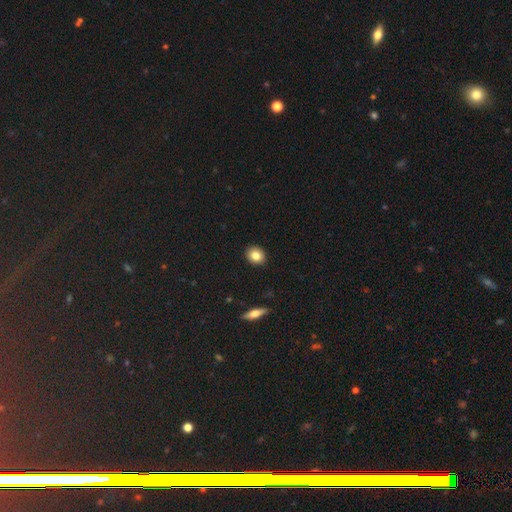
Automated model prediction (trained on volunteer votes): This is clearly a smooth galaxy (83%). How rounded: likely round (70%). Merging: clearly none (92%).